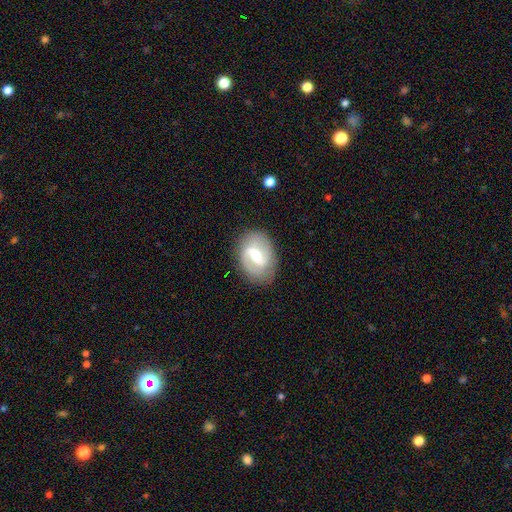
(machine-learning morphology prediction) The model was most divided on "spiral winding": medium: 47%, loose: 31%, tight: 22%. More confident: edge-on disk — no (97%); spiral arms — yes (89%); spiral arm count — 2 (87%); merging — none (83%); smooth or featured — featured or disk (80%); bulge size — moderate (61%); bar — weak (51%).